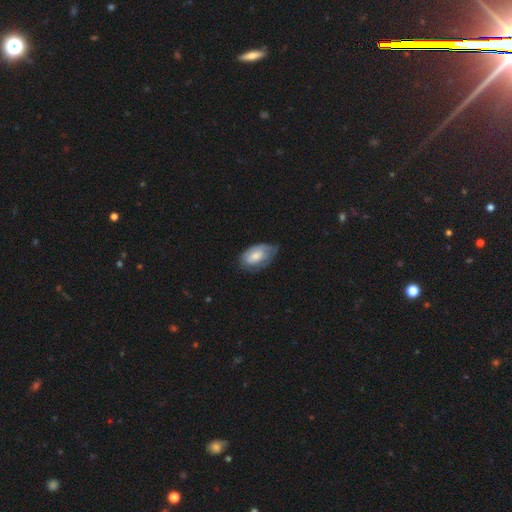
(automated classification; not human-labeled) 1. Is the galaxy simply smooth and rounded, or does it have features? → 56% smooth, 37% featured or disk, 6% star or artifact.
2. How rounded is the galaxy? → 92% in between, 6% round, 2% cigar-shaped.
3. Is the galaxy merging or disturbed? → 49% none, 37% minor disturbance, 13% major disturbance, 1% merger.